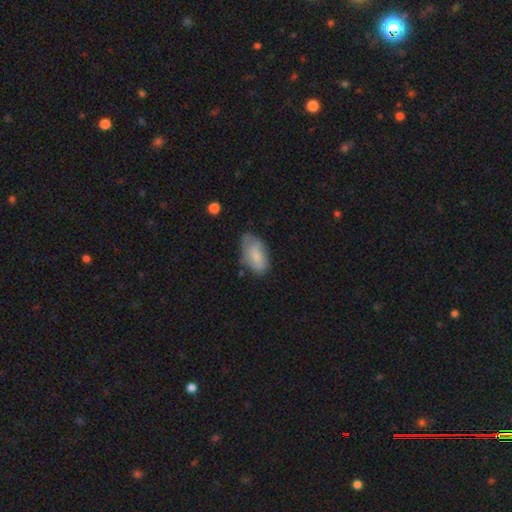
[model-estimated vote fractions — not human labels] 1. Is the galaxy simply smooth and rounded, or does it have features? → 74% smooth, 20% featured or disk, 7% star or artifact.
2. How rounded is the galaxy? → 93% in between, 3% cigar-shaped, 3% round.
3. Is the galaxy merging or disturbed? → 56% none, 33% minor disturbance, 9% major disturbance, 2% merger.